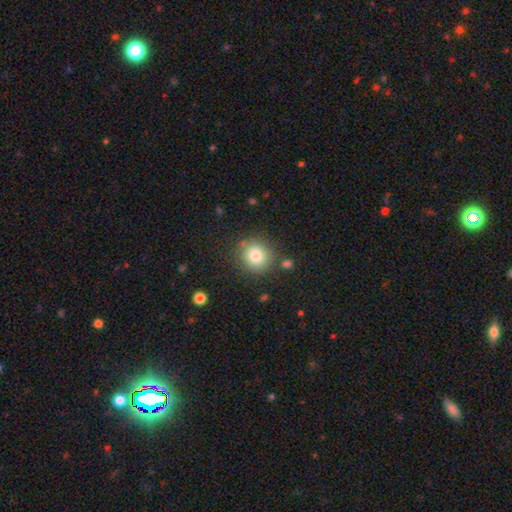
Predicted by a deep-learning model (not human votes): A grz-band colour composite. It shows a smooth galaxy with no disk features (81%) that is round (89%). Merging: none (81%).